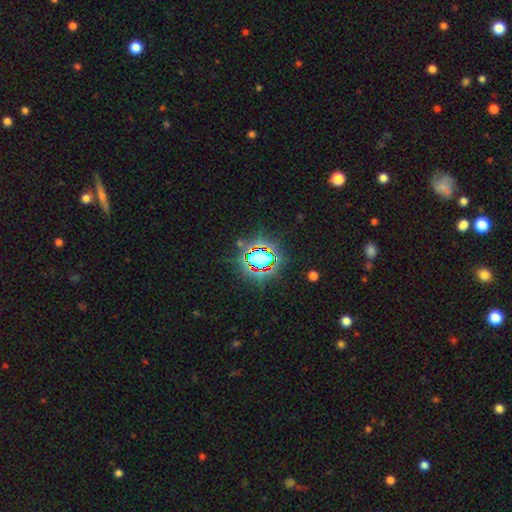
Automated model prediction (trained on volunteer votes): Morphology: type=star or artifact (78%).